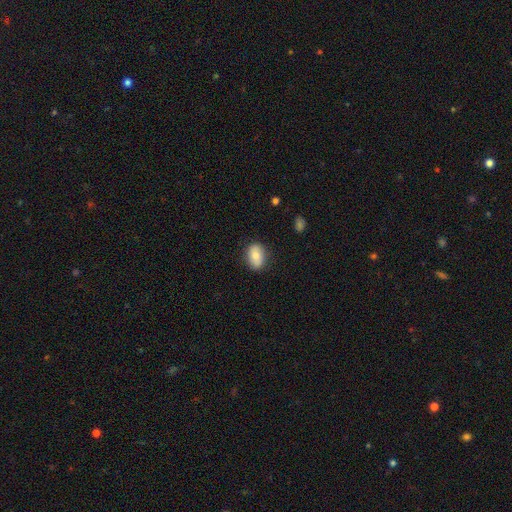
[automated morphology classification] A smooth galaxy with no disk features (77%) that is in between round and cigar-shaped (81%).

Vote fractions:
- Smooth or featured? smooth: 77% / featured or disk: 15% / star or artifact: 7%
- How rounded? in between: 81% / round: 18% / cigar-shaped: 2%
- Merging? none: 83% / minor disturbance: 13% / major disturbance: 3% / merger: 1%